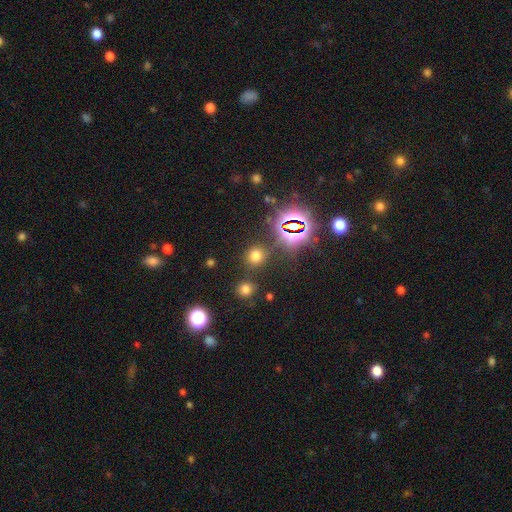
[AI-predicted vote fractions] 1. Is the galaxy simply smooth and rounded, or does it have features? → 62% smooth, 31% star or artifact, 7% featured or disk.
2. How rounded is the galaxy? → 87% round, 12% in between, 1% cigar-shaped.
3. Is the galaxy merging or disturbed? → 82% none, 8% minor disturbance, 5% merger, 4% major disturbance.